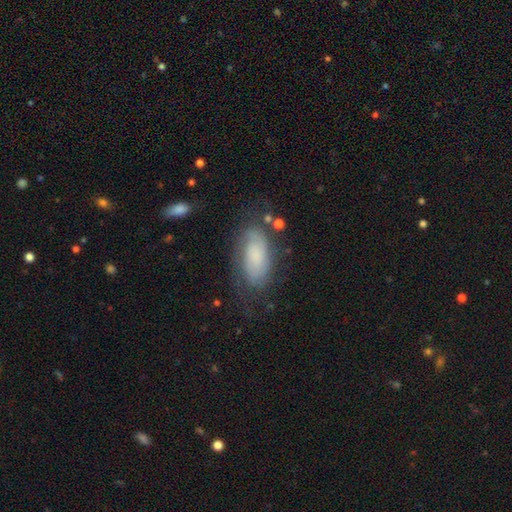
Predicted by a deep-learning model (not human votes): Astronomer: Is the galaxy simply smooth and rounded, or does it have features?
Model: smooth — 52% (runner-up: featured or disk, 39%).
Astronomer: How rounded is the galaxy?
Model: in between — 89%.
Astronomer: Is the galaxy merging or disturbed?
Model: none — 62%.